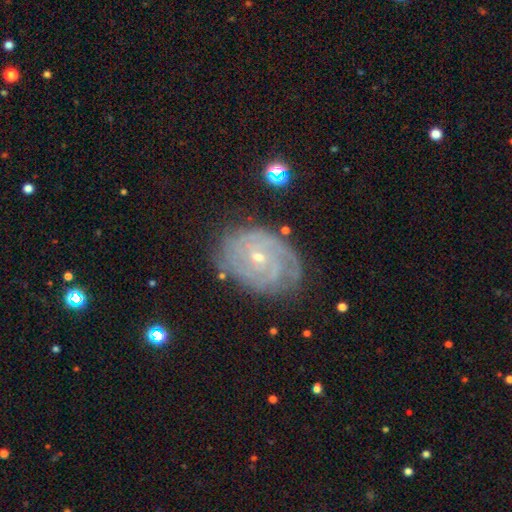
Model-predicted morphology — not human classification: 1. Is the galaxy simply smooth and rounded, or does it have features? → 81% featured or disk, 10% smooth, 9% star or artifact.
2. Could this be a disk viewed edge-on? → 96% no, 4% yes.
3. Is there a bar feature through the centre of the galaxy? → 71% no, 23% weak, 6% strong.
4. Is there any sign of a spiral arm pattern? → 95% yes, 5% no.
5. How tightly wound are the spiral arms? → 77% tight, 19% medium, 4% loose.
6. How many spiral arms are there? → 34% can't tell, 24% 2, 18% 3, 10% 4, 7% more than 4, 7% 1.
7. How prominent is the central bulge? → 73% small, 24% moderate, 1% none, 1% large, 1% dominant.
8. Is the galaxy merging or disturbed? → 77% none, 16% minor disturbance, 5% major disturbance, 2% merger.